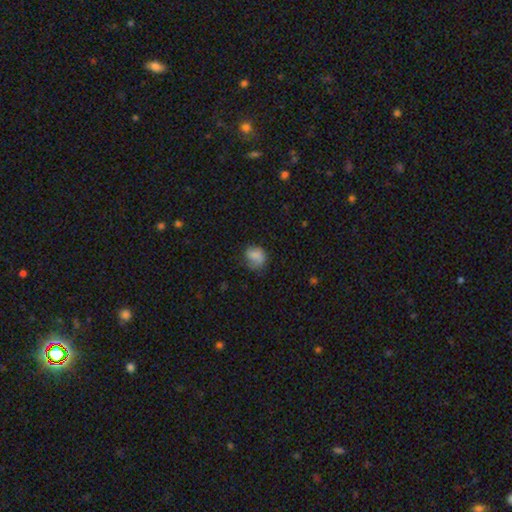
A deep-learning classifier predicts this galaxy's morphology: smooth_or_featured: smooth (p=0.73) [alt: featured or disk p=0.17]
how_rounded: round (p=0.60) [alt: in between p=0.39]
merging: none (p=0.54) [alt: minor disturbance p=0.29]